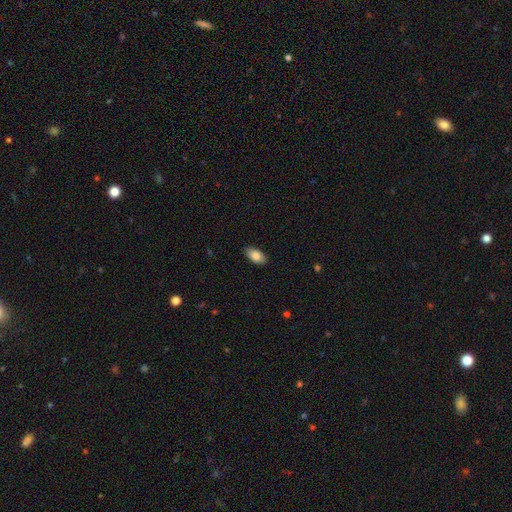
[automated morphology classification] Smooth or featured: smooth — 83% (featured or disk — 10%)
How rounded: in between — 93% (round — 3%)
Merging: none — 88% (minor disturbance — 9%)